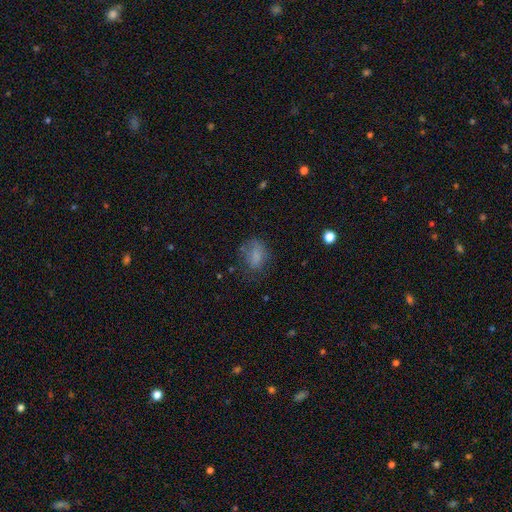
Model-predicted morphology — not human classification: smooth-or-featured: smooth: 75% | featured or disk: 13% | star or artifact: 12%
  how-rounded: in between: 70% | round: 28% | cigar-shaped: 2%
  merging: none: 57% | minor disturbance: 25% | major disturbance: 15% | merger: 3%